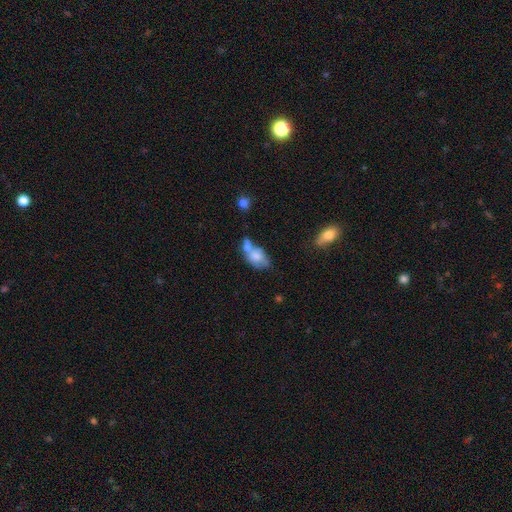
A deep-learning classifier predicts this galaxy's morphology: A smooth galaxy with no disk features (66%) that is in between round and cigar-shaped (84%). Merging: merger (49%).